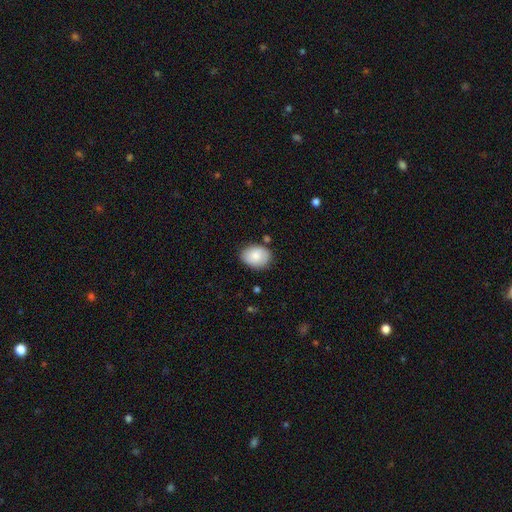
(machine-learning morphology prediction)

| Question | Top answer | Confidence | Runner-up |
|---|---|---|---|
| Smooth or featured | smooth | 81% | featured or disk (12%) |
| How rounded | in between | 69% | round (30%) |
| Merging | none | 79% | minor disturbance (15%) |